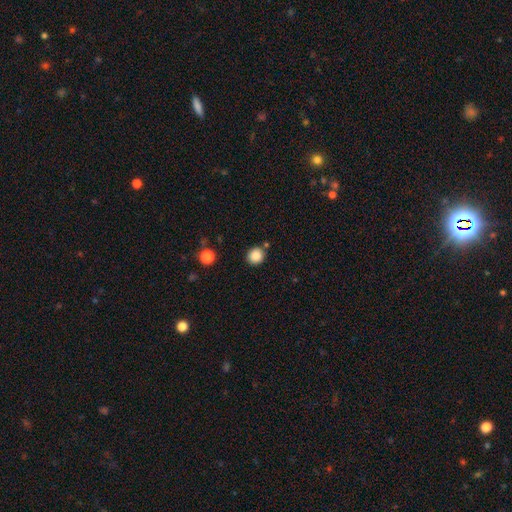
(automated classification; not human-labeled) A smooth galaxy with no disk features (86%) that is round (86%).

Vote fractions:
- Smooth or featured? smooth: 86% / star or artifact: 10% / featured or disk: 3%
- How rounded? round: 86% / in between: 13% / cigar-shaped: 1%
- Merging? none: 82% / minor disturbance: 10% / merger: 6% / major disturbance: 3%